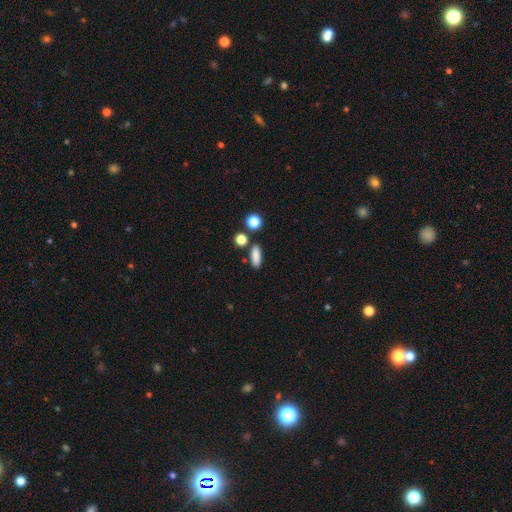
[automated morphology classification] smooth 85%, star or artifact 9%, featured or disk 6%. Down the decision tree: how rounded — in between (63%); merging — none (80%).